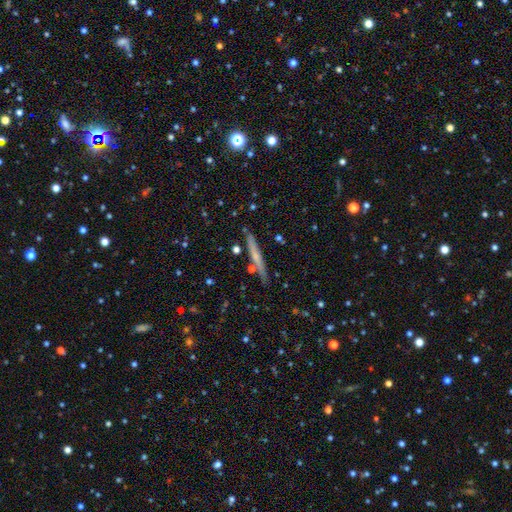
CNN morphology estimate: Smooth or featured: smooth — 48% (featured or disk — 45%)
Merging: none — 86% (minor disturbance — 9%)